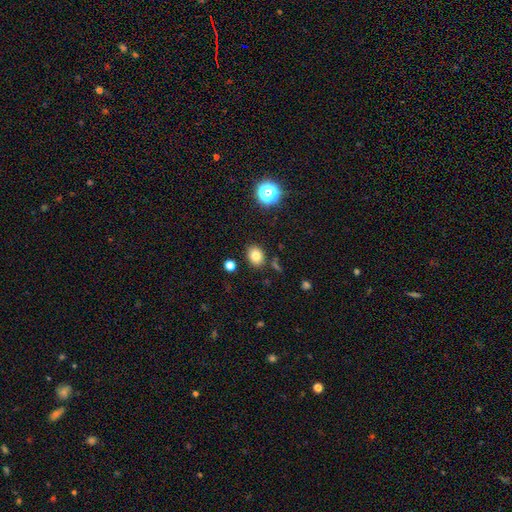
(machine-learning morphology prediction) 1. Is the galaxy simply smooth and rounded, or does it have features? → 79% smooth, 13% star or artifact, 8% featured or disk.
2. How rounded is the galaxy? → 54% in between, 45% round, 1% cigar-shaped.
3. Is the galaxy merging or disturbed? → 84% none, 10% minor disturbance, 4% merger, 3% major disturbance.